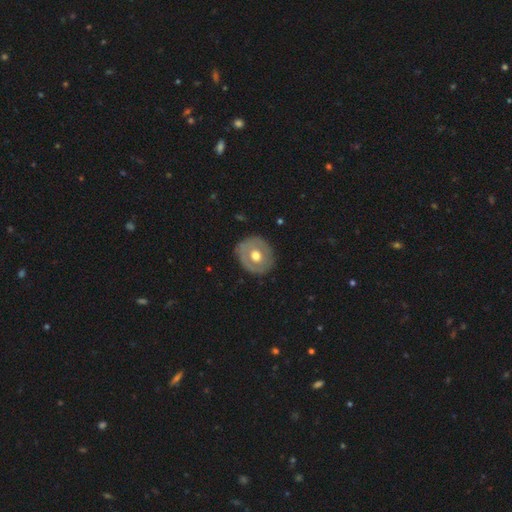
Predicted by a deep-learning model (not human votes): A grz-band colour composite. It shows a featured or disk galaxy (49%). Merging: none (82%).